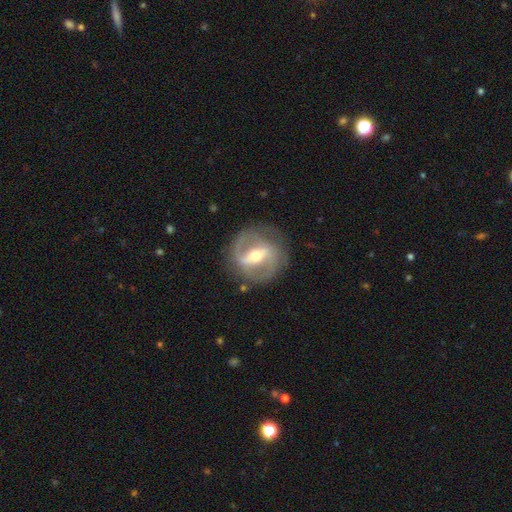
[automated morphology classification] Smooth or featured? Predicted: featured or disk (p=0.82). Edge-on disk? Predicted: no (p=0.93). Bar? Predicted: strong (p=0.63). Spiral arms? Predicted: yes (p=0.80). Spiral winding? Predicted: medium (p=0.46). Spiral arm count? Predicted: 2 (p=0.84). Bulge size? Predicted: moderate (p=0.65). Merging? Predicted: none (p=0.80).